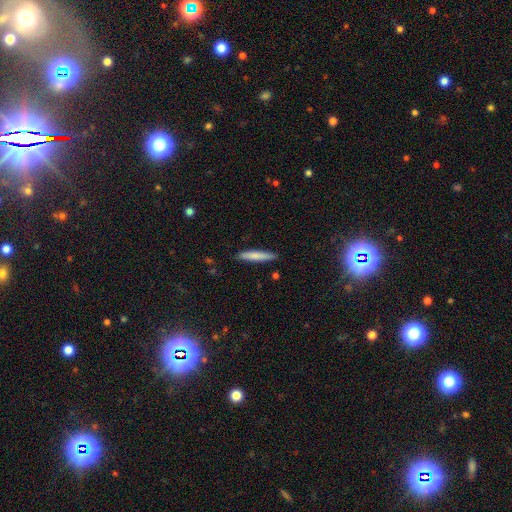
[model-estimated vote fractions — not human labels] A smooth galaxy with no disk features (77%) that is cigar-shaped (92%).

Vote fractions:
- Smooth or featured? smooth: 77% / featured or disk: 18% / star or artifact: 6%
- How rounded? cigar-shaped: 92% / in between: 7% / round: 1%
- Merging? none: 89% / minor disturbance: 8% / major disturbance: 2% / merger: 1%